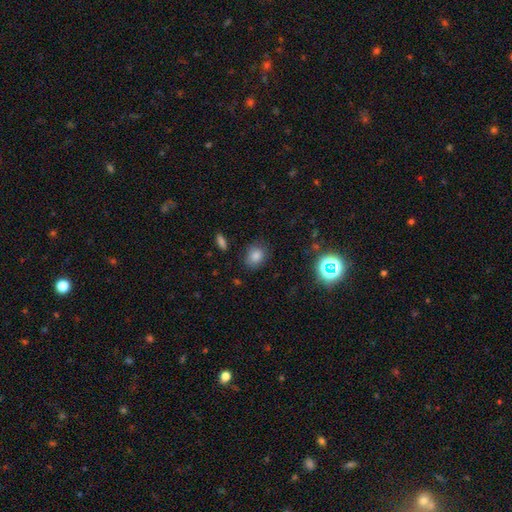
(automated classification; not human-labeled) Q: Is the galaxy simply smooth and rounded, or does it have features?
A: smooth — 79%.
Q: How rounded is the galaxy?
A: round — 53%.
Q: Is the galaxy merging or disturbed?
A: none — 80%.